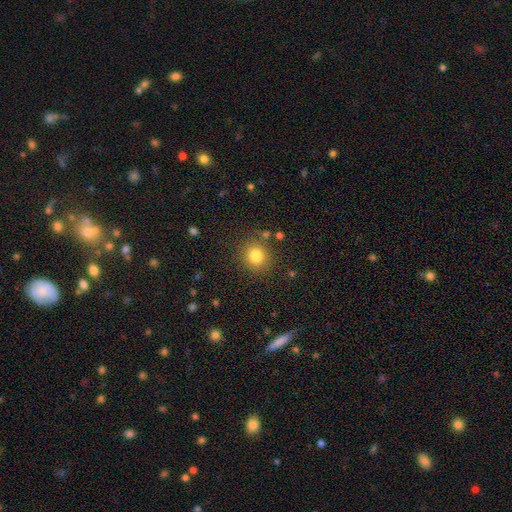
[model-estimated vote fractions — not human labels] Smooth or featured? smooth (81%)
How rounded? round (86%)
Merging? none (85%)